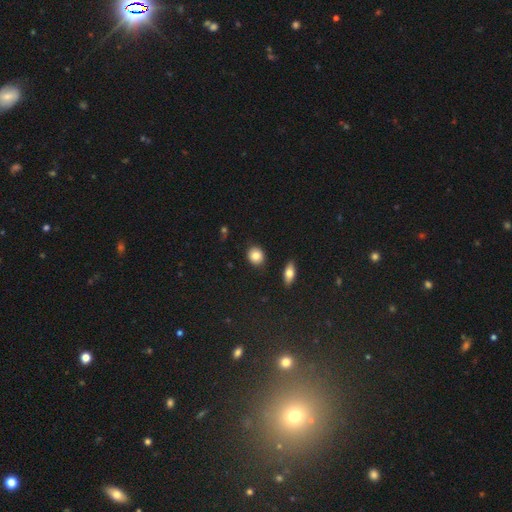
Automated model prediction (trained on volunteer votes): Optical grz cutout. It shows a smooth galaxy with no disk features (83%) that is round (73%). Merging: none (87%).